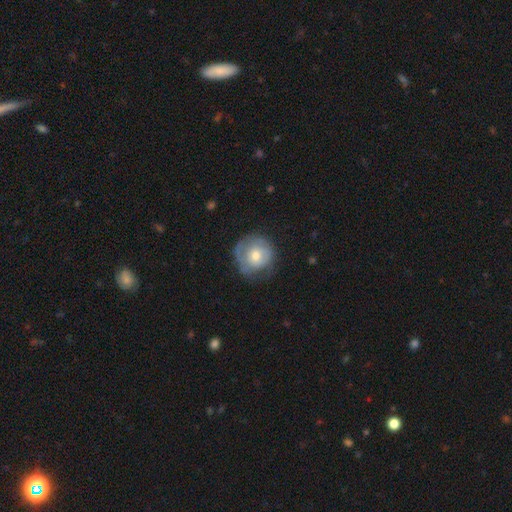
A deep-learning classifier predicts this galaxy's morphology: smooth-or-featured: smooth: 50% | featured or disk: 43% | star or artifact: 7%
  how-rounded: round: 90% | in between: 9% | cigar-shaped: 1%
  merging: none: 61% | minor disturbance: 25% | major disturbance: 12% | merger: 2%